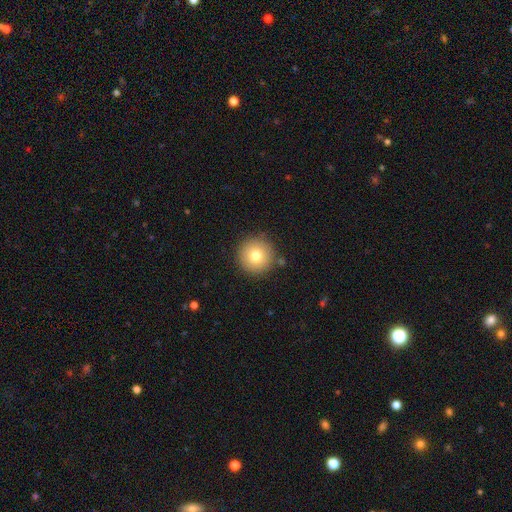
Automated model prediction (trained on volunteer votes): smooth 77%, featured or disk 13%, star or artifact 11%. Down the decision tree: how rounded — round (96%); merging — none (88%).